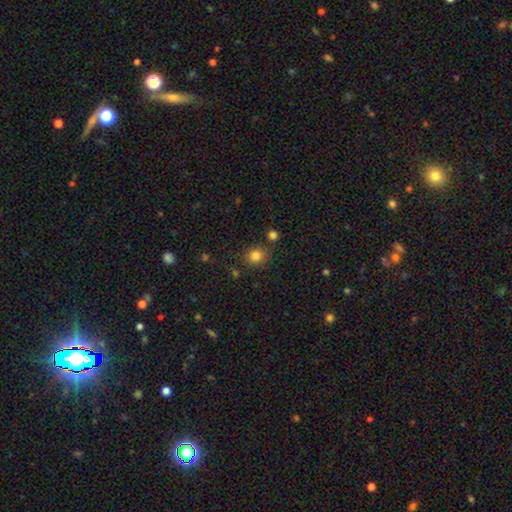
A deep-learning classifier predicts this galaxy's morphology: Smooth or featured: smooth — 82% (star or artifact — 13%)
How rounded: round — 82% (in between — 17%)
Merging: none — 79% (minor disturbance — 11%)